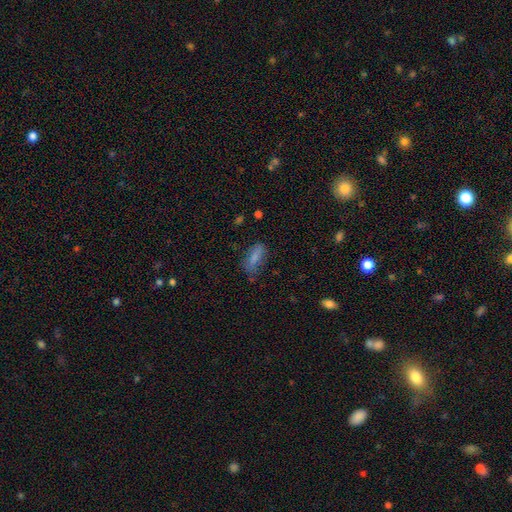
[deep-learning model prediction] smooth_or_featured: smooth (p=0.78) [alt: featured or disk p=0.14]
how_rounded: in between (p=0.73) [alt: cigar-shaped p=0.24]
merging: none (p=0.66) [alt: minor disturbance p=0.23]